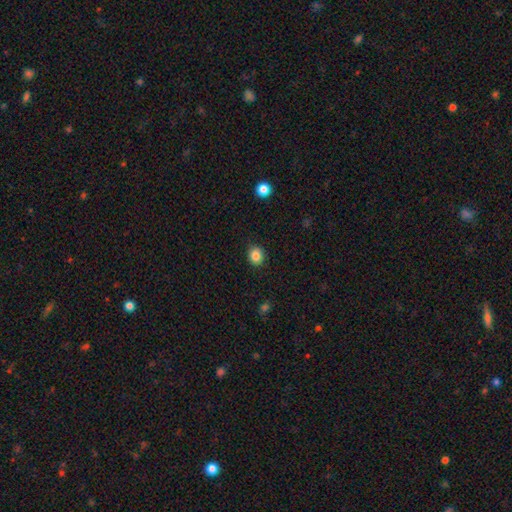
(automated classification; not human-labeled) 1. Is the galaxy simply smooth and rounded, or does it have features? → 85% smooth, 10% star or artifact, 4% featured or disk.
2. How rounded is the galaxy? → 75% round, 24% in between, 1% cigar-shaped.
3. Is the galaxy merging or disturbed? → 89% none, 8% minor disturbance, 2% major disturbance, 1% merger.